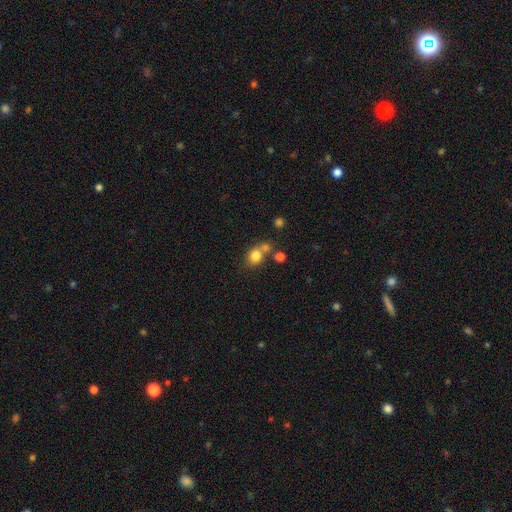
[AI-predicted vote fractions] A smooth galaxy with no disk features (79%) that is round (69%).

Vote fractions:
- Smooth or featured? smooth: 79% / star or artifact: 12% / featured or disk: 9%
- How rounded? round: 69% / in between: 30% / cigar-shaped: 1%
- Merging? none: 51% / merger: 34% / minor disturbance: 11% / major disturbance: 5%